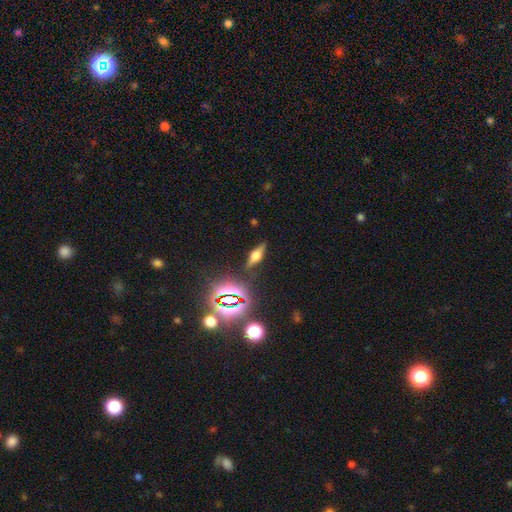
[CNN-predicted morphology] Q: Smooth or featured?
A: featured or disk (43%); runner-up: smooth (37%)
Q: Merging?
A: none (82%); runner-up: minor disturbance (11%)